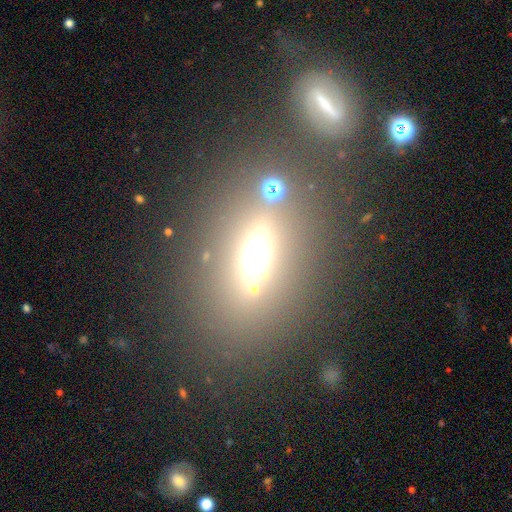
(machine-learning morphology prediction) This appears to be a featured or disk galaxy (36%). Merging: none (76%).